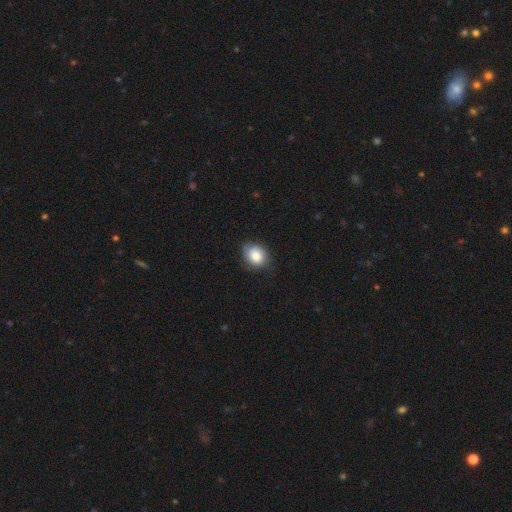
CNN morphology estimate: This is clearly a smooth galaxy (83%). How rounded: possibly round (57%). Merging: likely none (75%).